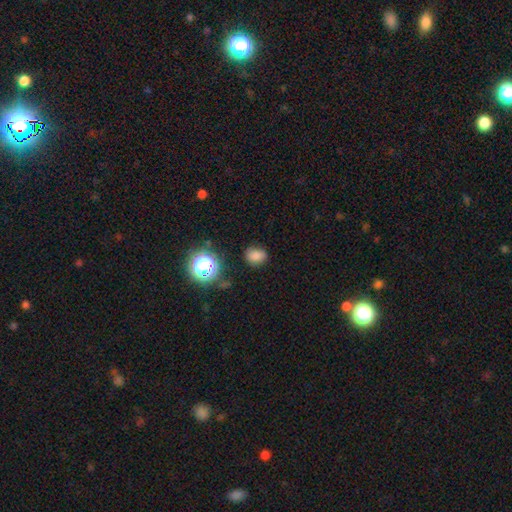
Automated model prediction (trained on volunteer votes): This is likely a smooth galaxy (77%). How rounded: possibly in between (51%). Merging: likely none (78%).